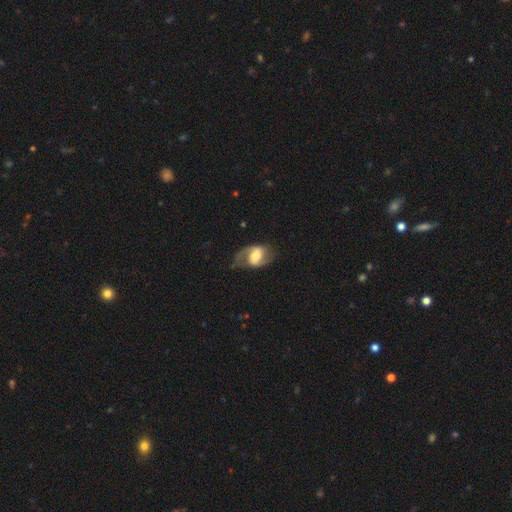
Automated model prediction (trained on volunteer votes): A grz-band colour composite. It shows a featured or disk galaxy (74%) with a weak bar (46%), 2 (85%) medium (48%) spiral arms (89%) and a moderate central bulge (45%). Merging: none (64%).